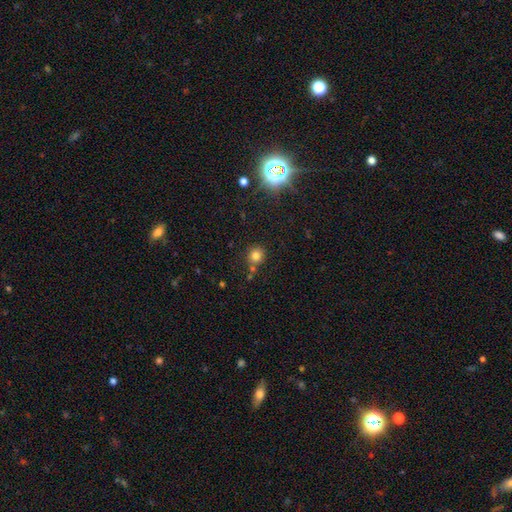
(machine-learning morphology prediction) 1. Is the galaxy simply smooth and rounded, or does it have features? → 78% smooth, 15% star or artifact, 7% featured or disk.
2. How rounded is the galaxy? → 88% round, 11% in between, 1% cigar-shaped.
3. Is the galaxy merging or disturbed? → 73% none, 12% merger, 11% minor disturbance, 3% major disturbance.